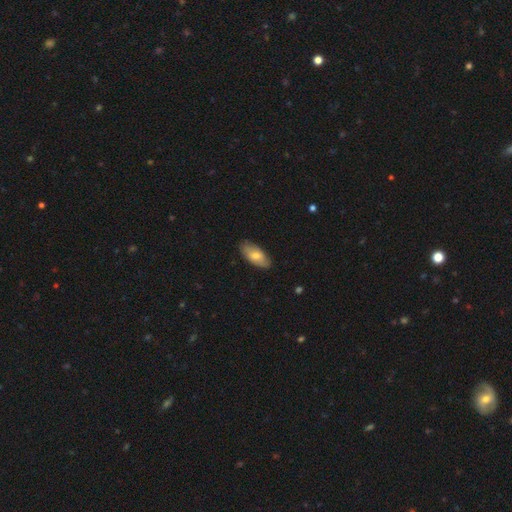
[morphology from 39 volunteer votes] Volunteers were most divided on "smooth or featured": smooth: 69%, featured or disk: 26%, star or artifact: 5%. More confident: how rounded — in between (89%); merging — none (73%).